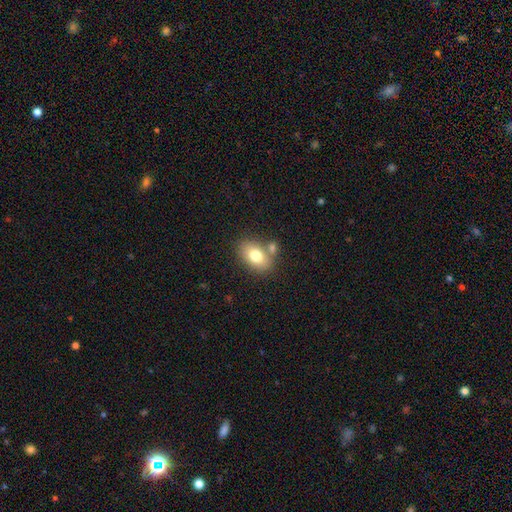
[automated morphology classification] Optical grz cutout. It shows a smooth galaxy with no disk features (76%) that is in between round and cigar-shaped (83%). Merging: none (65%).